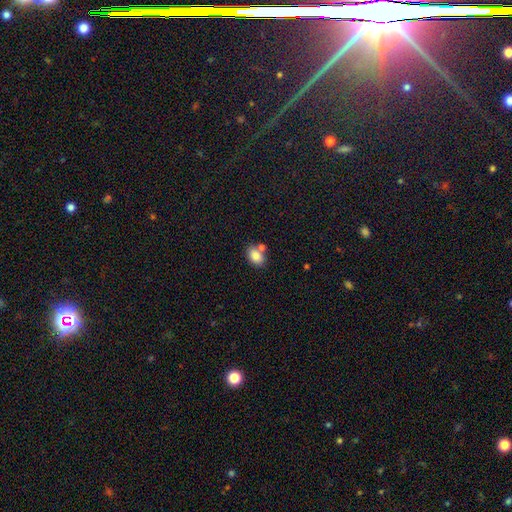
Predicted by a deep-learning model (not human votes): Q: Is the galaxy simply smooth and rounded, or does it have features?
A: smooth — 84%.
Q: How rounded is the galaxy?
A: in between — 79%.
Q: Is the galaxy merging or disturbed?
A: none — 62%.